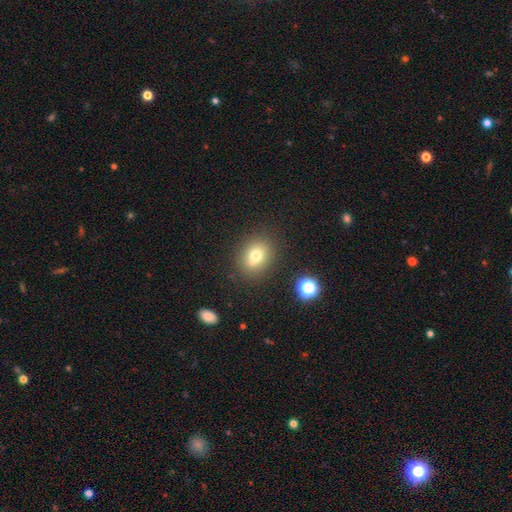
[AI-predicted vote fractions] A smooth galaxy with no disk features (73%) that is round (56%). Merging: none (79%).